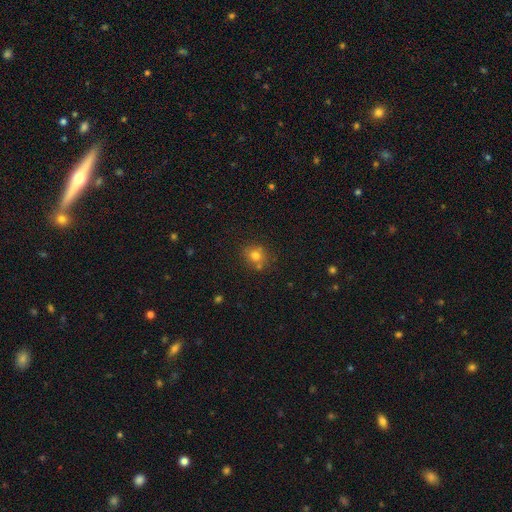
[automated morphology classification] Smooth or featured?
  - smooth: 75% *
  - star or artifact: 14%
  - featured or disk: 11%
How rounded?
  - round: 72% *
  - in between: 27%
  - cigar-shaped: 1%
Merging?
  - none: 67% *
  - minor disturbance: 15%
  - merger: 14%
  - major disturbance: 4%